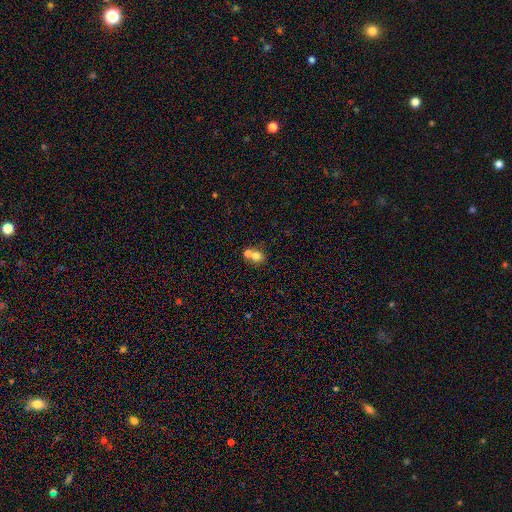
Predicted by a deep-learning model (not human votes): Smooth or featured? smooth (71%)
How rounded? round (64%)
Merging? merger (60%)